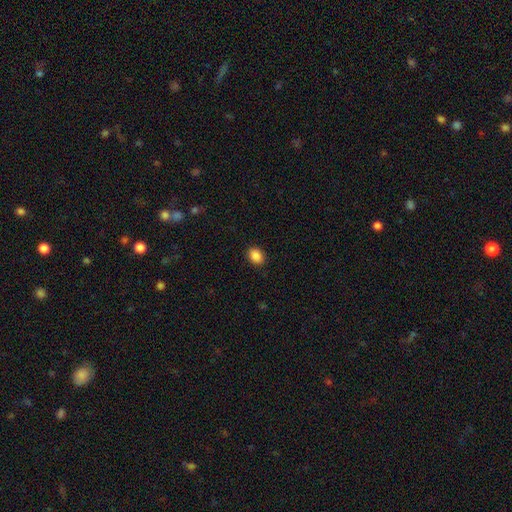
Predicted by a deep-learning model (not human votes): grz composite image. It shows a smooth galaxy with no disk features (88%) that is in between round and cigar-shaped (65%). Merging: none (90%).